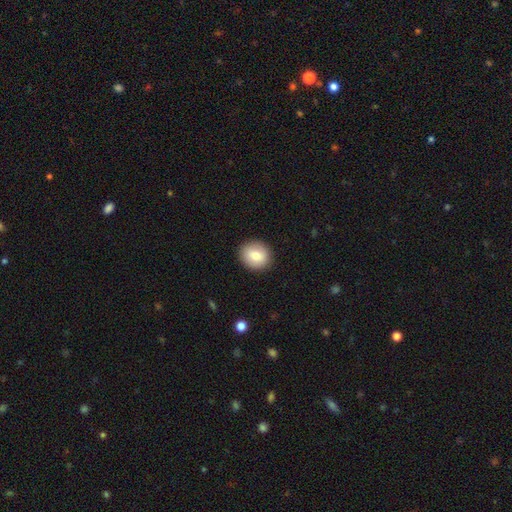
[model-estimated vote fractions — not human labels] Overall: smooth (81%). How rounded: round (75%). Merging: none (89%).